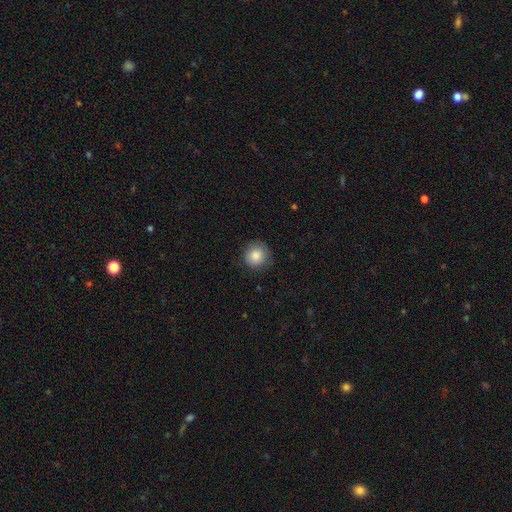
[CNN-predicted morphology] Smooth or featured?
  - smooth: 86% *
  - star or artifact: 9%
  - featured or disk: 6%
How rounded?
  - round: 93% *
  - in between: 6%
  - cigar-shaped: 1%
Merging?
  - none: 83% *
  - minor disturbance: 12%
  - major disturbance: 3%
  - merger: 1%